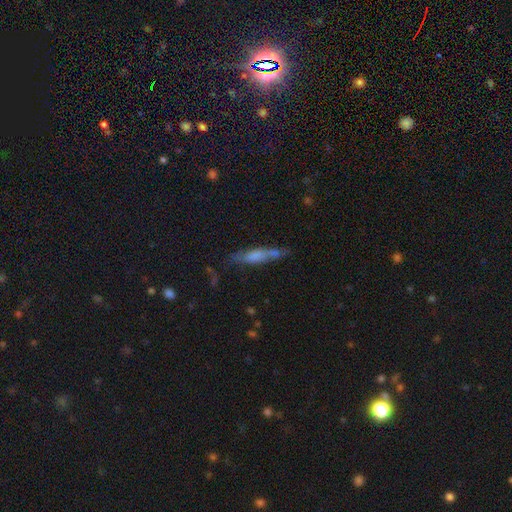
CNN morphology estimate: smooth-or-featured: smooth: 57% | featured or disk: 35% | star or artifact: 8%
  how-rounded: cigar-shaped: 77% | in between: 21% | round: 2%
  merging: none: 53% | minor disturbance: 26% | major disturbance: 12% | merger: 9%